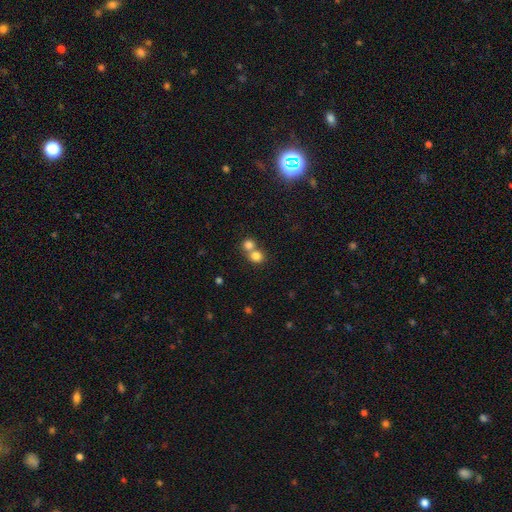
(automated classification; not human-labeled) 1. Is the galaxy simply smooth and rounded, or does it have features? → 80% smooth, 11% star or artifact, 8% featured or disk.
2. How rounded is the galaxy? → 80% round, 19% in between, 1% cigar-shaped.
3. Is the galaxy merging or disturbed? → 51% merger, 41% none, 5% minor disturbance, 3% major disturbance.